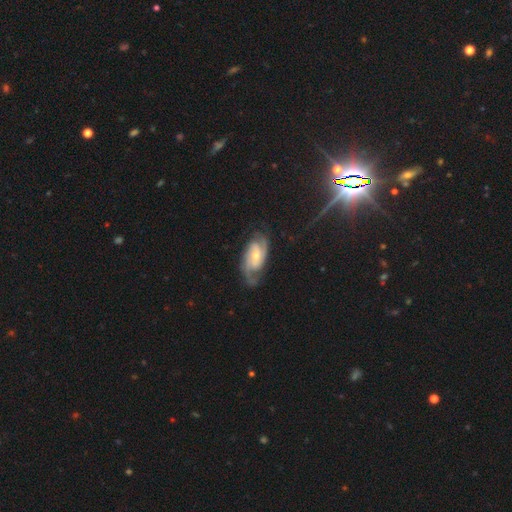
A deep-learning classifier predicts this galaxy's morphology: The model was most divided on "spiral winding" (2-way tie): medium: 43%, tight: 43%, loose: 14%. More confident: spiral arms — yes (96%); edge-on disk — no (96%); smooth or featured — featured or disk (85%); merging — none (69%); spiral arm count — 2 (69%); bar — no (55%); bulge size — moderate (52%).